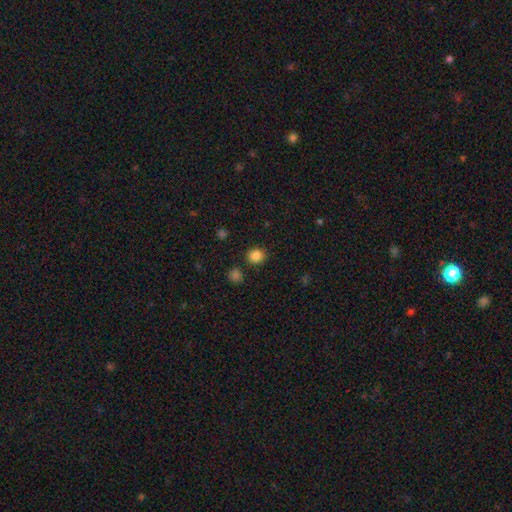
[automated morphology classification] This appears to be a smooth galaxy with no disk features (85%) that is round (83%). Merging: none (87%).